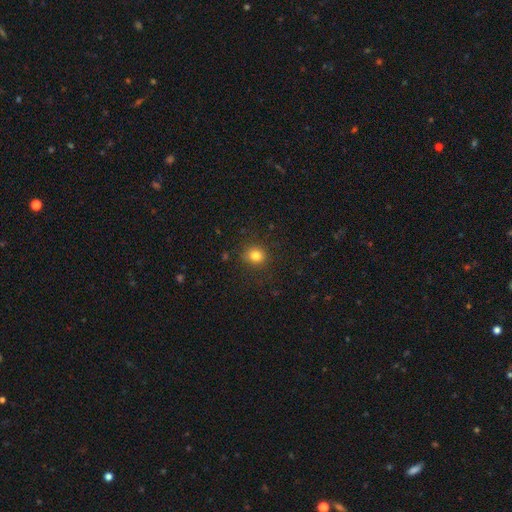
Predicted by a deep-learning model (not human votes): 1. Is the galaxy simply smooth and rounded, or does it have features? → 81% smooth, 13% star or artifact, 6% featured or disk.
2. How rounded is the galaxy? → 82% round, 17% in between, 1% cigar-shaped.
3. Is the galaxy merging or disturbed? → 86% none, 9% minor disturbance, 3% major disturbance, 1% merger.